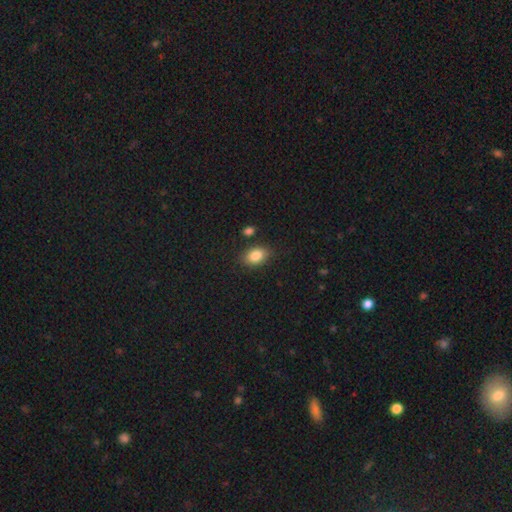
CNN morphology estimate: smooth_or_featured: smooth (p=0.83) [alt: star or artifact p=0.09]
how_rounded: in between (p=0.82) [alt: round p=0.17]
merging: none (p=0.80) [alt: minor disturbance p=0.12]